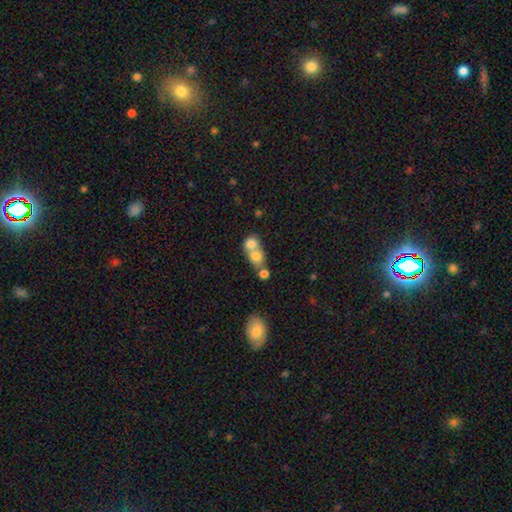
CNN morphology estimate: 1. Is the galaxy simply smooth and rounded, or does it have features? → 73% smooth, 17% featured or disk, 10% star or artifact.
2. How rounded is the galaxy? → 62% round, 36% in between, 2% cigar-shaped.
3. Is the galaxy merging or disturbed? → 68% merger, 24% none, 5% minor disturbance, 3% major disturbance.